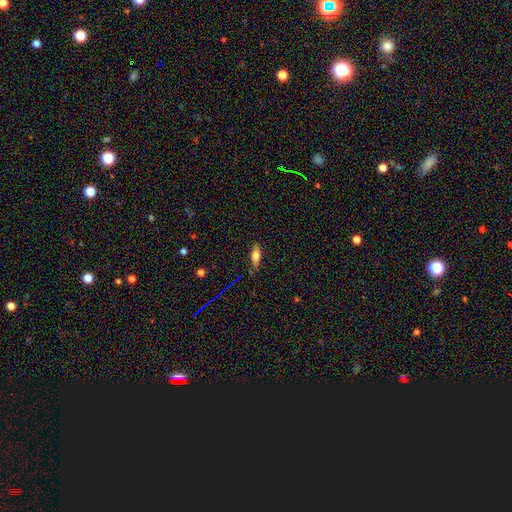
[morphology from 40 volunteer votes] smooth-or-featured: smooth: 68% | featured or disk: 22% | star or artifact: 10%
  how-rounded: in between: 70% | cigar-shaped: 22% | round: 7%
  merging: none: 81% | minor disturbance: 17% | major disturbance: 3% | merger: 0%